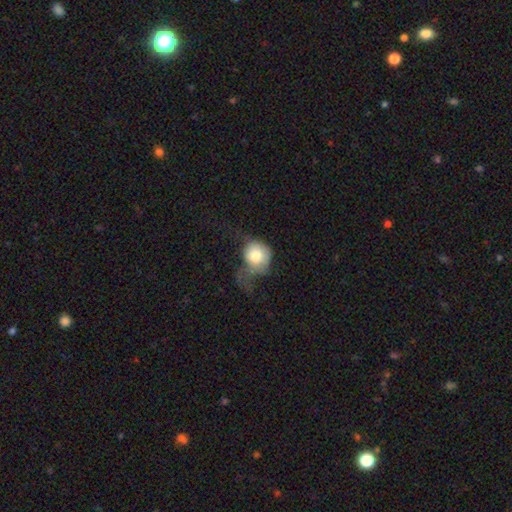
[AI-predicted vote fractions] Smooth or featured?
  - smooth: 75% *
  - featured or disk: 17%
  - star or artifact: 8%
How rounded?
  - round: 77% *
  - in between: 22%
  - cigar-shaped: 1%
Merging?
  - major disturbance: 48% *
  - minor disturbance: 27%
  - none: 20%
  - merger: 4%